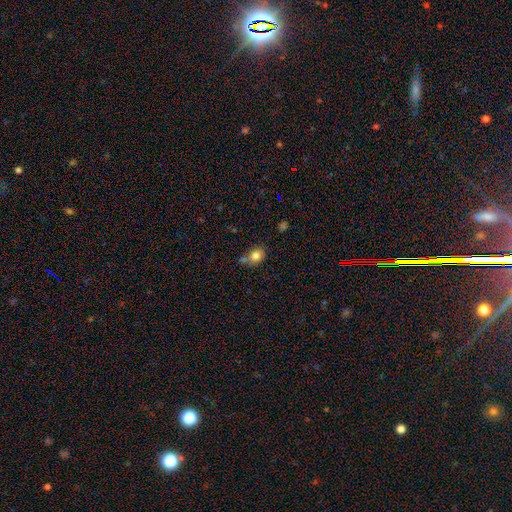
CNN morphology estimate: Smooth or featured? Predicted: smooth (p=0.81). How rounded? Predicted: round (p=0.52). Merging? Predicted: none (p=0.54).